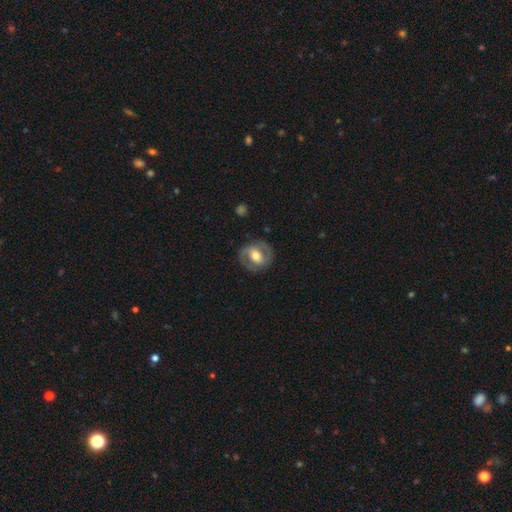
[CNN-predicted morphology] A featured or disk galaxy (69%) with a weak bar (38%), spiral arms (72%) and a moderate central bulge (70%).

Vote fractions:
- Smooth or featured? featured or disk: 69% / smooth: 25% / star or artifact: 5%
- Edge-on disk? no: 96% / yes: 4%
- Bar? weak: 38% / strong: 34% / no: 28%
- Spiral arms? yes: 72% / no: 28%
- Bulge size? moderate: 70% / large: 15% / small: 13% / dominant: 1% / none: 1%
- Merging? none: 82% / minor disturbance: 12% / major disturbance: 6% / merger: 1%